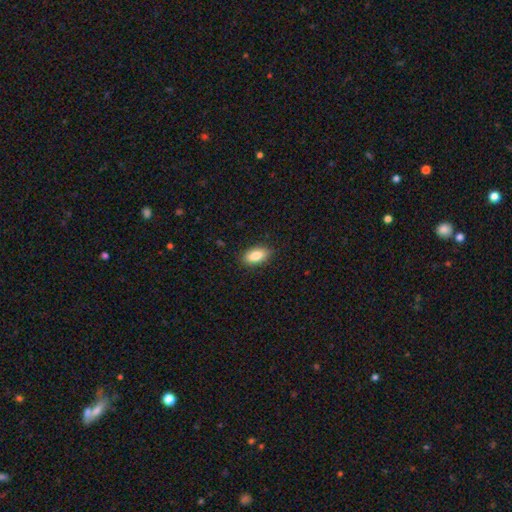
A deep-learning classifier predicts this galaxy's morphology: A smooth galaxy with no disk features (85%) that is in between round and cigar-shaped (89%). Merging: none (87%).